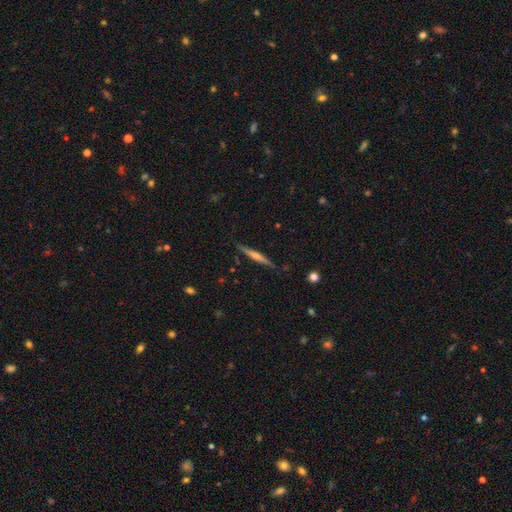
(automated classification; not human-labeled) featured or disk 65%, smooth 29%, star or artifact 6%. Down the decision tree: edge-on disk — yes (98%); edge-on bulge — rounded (69%); merging — none (88%).